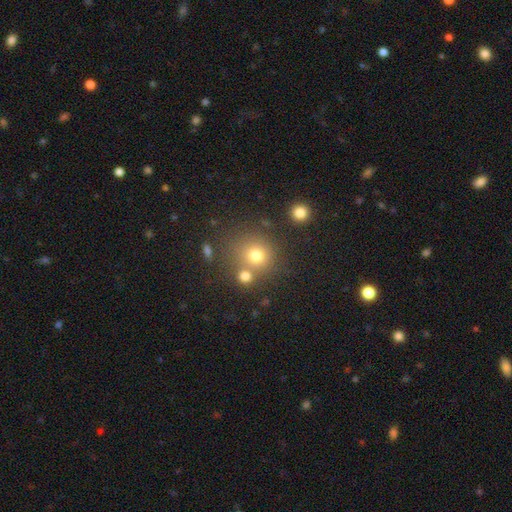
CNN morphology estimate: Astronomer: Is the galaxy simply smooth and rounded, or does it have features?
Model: smooth — 74%.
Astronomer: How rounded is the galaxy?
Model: round — 87%.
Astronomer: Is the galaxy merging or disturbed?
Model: none — 68%.